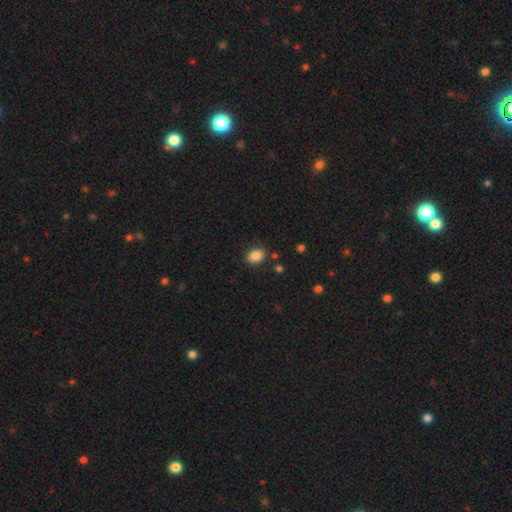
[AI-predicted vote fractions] Overall: smooth (85%). How rounded: in between (69%; round 30%). Merging: none (84%).